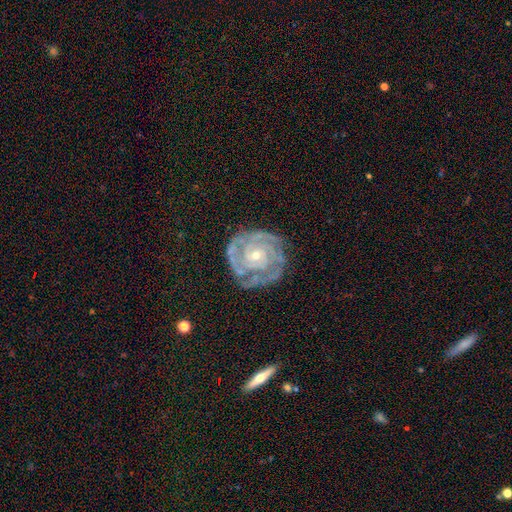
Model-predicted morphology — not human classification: The model was most divided on "spiral arm count": 2: 34%, 3: 27%, can't tell: 19%, 4: 9%, 1: 5%, more than 4: 5%. More confident: edge-on disk — no (98%); spiral arms — yes (97%); smooth or featured — featured or disk (89%); spiral winding — tight (79%); bar — no (74%); merging — none (72%); bulge size — small (70%).